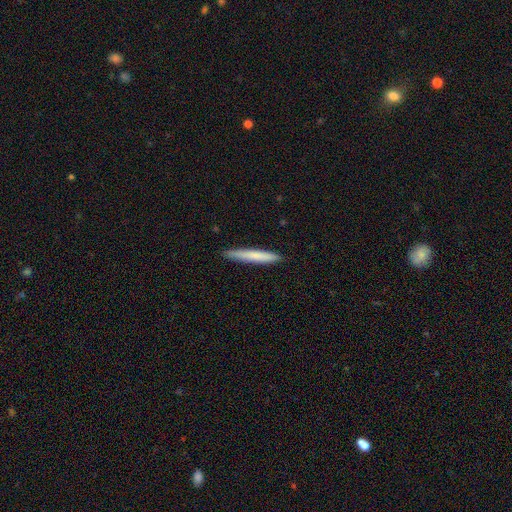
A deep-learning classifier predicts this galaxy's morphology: This is likely a smooth galaxy (73%). How rounded: clearly cigar-shaped (96%). Merging: clearly none (89%).